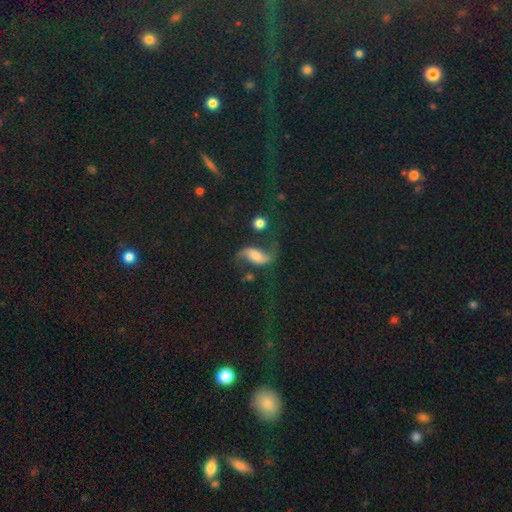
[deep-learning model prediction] Overall: featured or disk (78%). Edge-on disk: no (96%). Bar: no (47%; weak 34%). Spiral arms: yes (95%). Spiral arm count: 2 (93%). Spiral winding: loose (82%). Bulge size: moderate (39%; small 31%). Merging: none (66%).